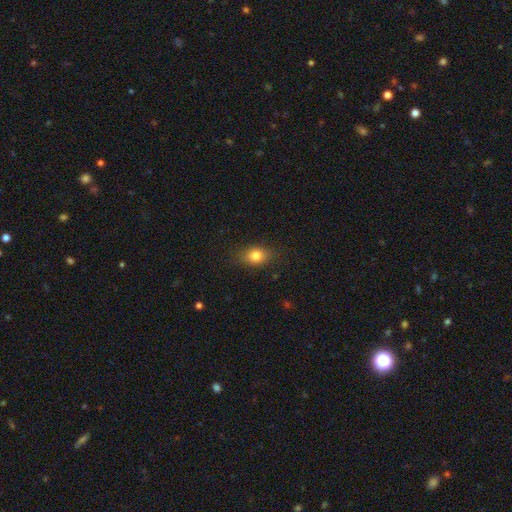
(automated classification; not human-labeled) This is likely a smooth galaxy (80%). How rounded: likely in between (63%). Merging: clearly none (81%).